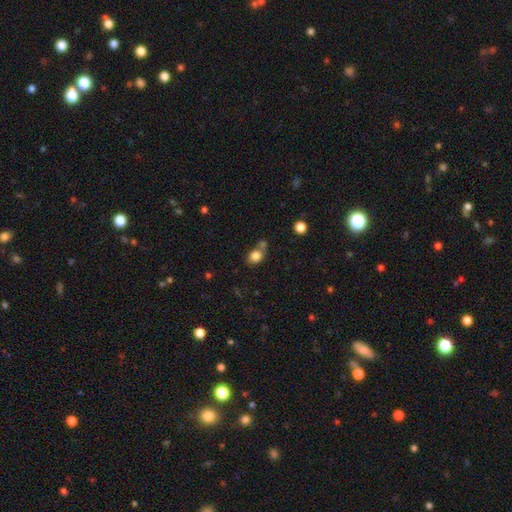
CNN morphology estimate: A smooth galaxy with no disk features (82%) that is round (53%). Merging: none (51%).